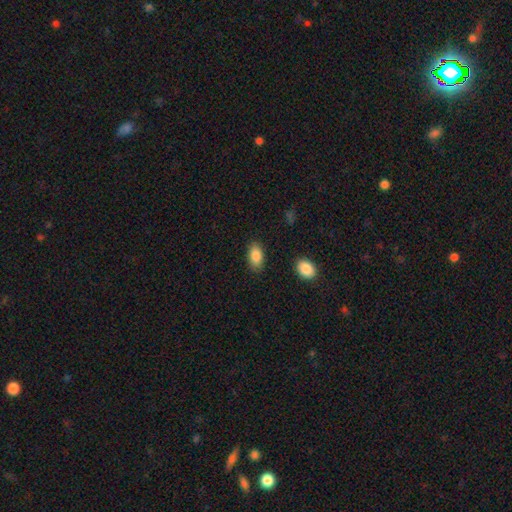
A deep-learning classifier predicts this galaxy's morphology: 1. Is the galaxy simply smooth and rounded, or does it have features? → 87% smooth, 7% star or artifact, 5% featured or disk.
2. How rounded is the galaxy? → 93% in between, 5% round, 2% cigar-shaped.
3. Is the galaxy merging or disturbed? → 85% none, 11% minor disturbance, 3% major disturbance, 2% merger.